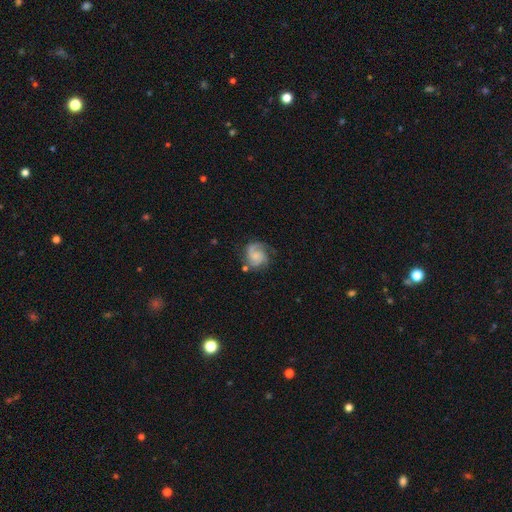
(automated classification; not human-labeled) smooth_or_featured: featured or disk (p=0.76) [alt: smooth p=0.17]
disk_edge_on: no (p=0.98) [alt: yes p=0.02]
bar: no (p=0.64) [alt: weak p=0.31]
has_spiral_arms: yes (p=0.95) [alt: no p=0.05]
spiral_winding: medium (p=0.44) [alt: tight p=0.39]
spiral_arm_count: 2 (p=0.66) [alt: 1 p=0.11]
bulge_size: small (p=0.40) [alt: none p=0.32]
merging: none (p=0.65) [alt: minor disturbance p=0.20]